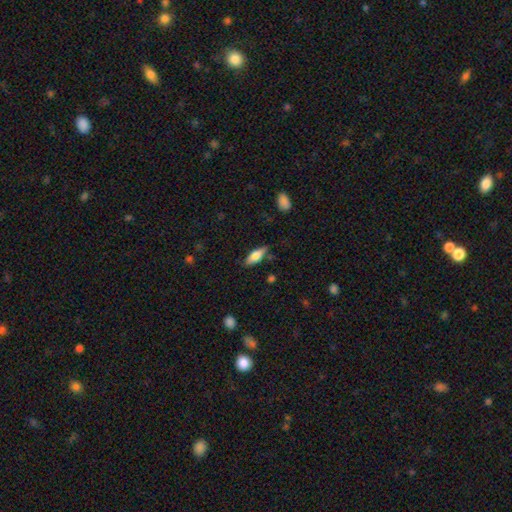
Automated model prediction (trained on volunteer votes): Q: Smooth or featured?
A: smooth (71%); runner-up: featured or disk (22%)
Q: How rounded?
A: in between (68%); runner-up: cigar-shaped (30%)
Q: Merging?
A: none (78%); runner-up: minor disturbance (16%)